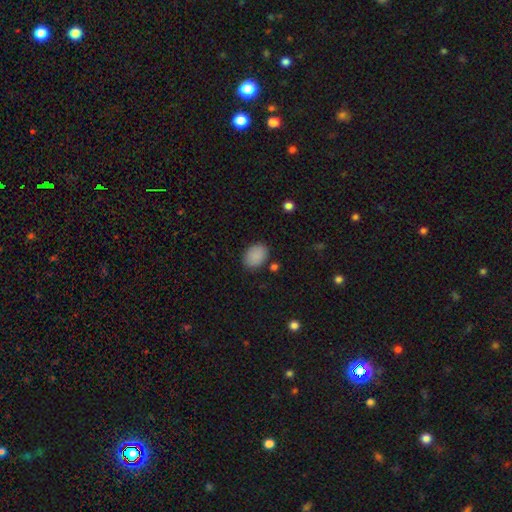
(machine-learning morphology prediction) smooth_or_featured: smooth (p=0.89) [alt: star or artifact p=0.08]
how_rounded: in between (p=0.77) [alt: round p=0.22]
merging: none (p=0.84) [alt: minor disturbance p=0.11]